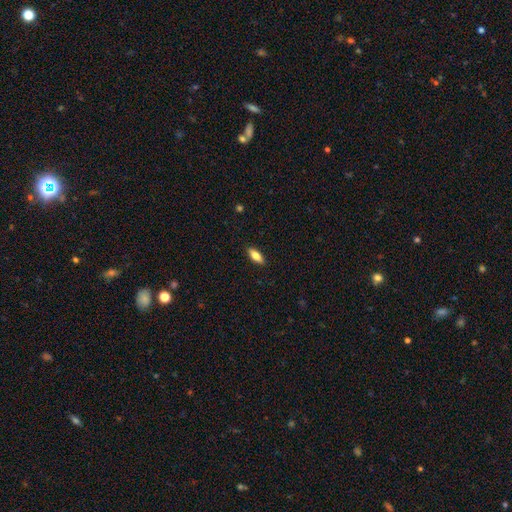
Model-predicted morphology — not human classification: A smooth galaxy with no disk features (76%) that is in between round and cigar-shaped (72%). Merging: none (90%).